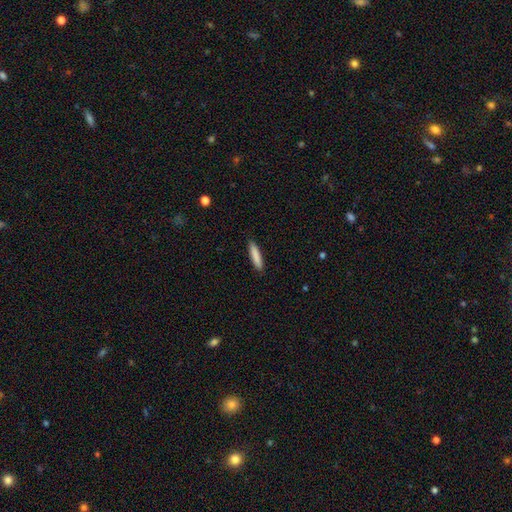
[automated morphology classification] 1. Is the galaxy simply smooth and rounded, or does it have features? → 86% smooth, 8% featured or disk, 6% star or artifact.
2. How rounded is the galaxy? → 87% cigar-shaped, 12% in between, 1% round.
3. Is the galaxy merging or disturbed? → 90% none, 7% minor disturbance, 2% major disturbance, 1% merger.